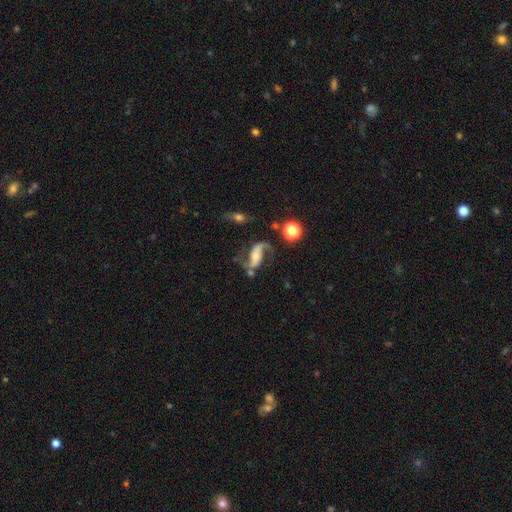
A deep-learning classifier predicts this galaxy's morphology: Smooth or featured: featured or disk — 85% (smooth — 8%)
Edge-on disk: no — 96% (yes — 4%)
Bar: strong — 35% (weak — 33%)
Spiral arms: yes — 96% (no — 4%)
Spiral winding: loose — 62% (medium — 32%)
Spiral arm count: 2 — 89% (1 — 6%)
Bulge size: small — 39% (moderate — 37%)
Merging: none — 60% (minor disturbance — 17%)